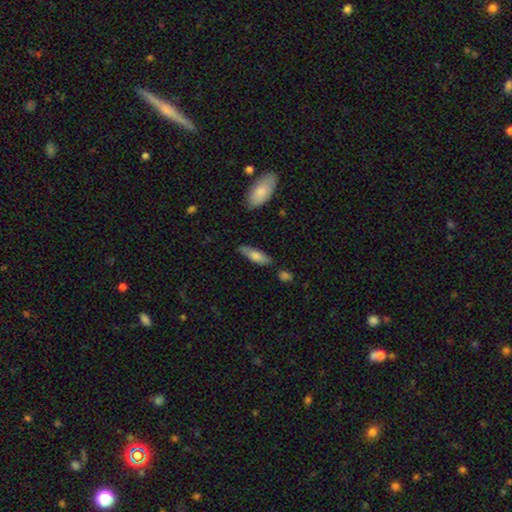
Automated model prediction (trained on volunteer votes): Smooth or featured?
  - smooth: 70% *
  - featured or disk: 24%
  - star or artifact: 6%
How rounded?
  - cigar-shaped: 49% * (tied)
  - in between: 49% * (tied)
  - round: 2%
Merging?
  - none: 78% *
  - minor disturbance: 15%
  - merger: 4%
  - major disturbance: 3%